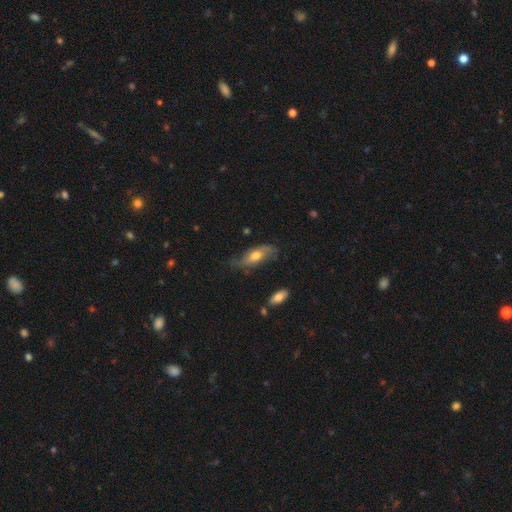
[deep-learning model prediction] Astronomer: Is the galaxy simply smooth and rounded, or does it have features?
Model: featured or disk — 48% (runner-up: smooth, 45%).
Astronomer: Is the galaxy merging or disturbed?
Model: none — 56%.